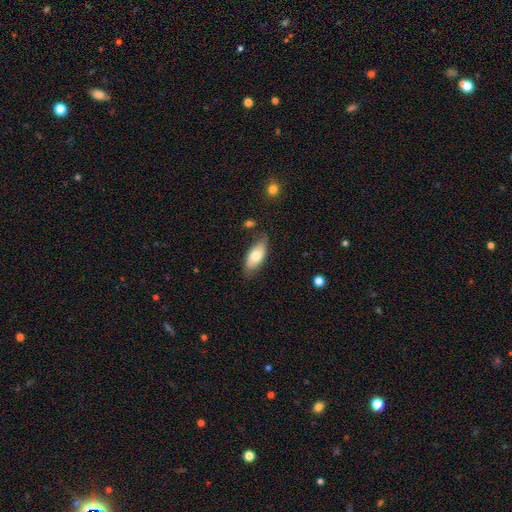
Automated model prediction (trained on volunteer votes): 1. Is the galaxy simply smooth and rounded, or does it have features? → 74% smooth, 20% featured or disk, 6% star or artifact.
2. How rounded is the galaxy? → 87% in between, 11% cigar-shaped, 2% round.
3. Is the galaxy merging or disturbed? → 76% none, 18% minor disturbance, 3% major disturbance, 2% merger.